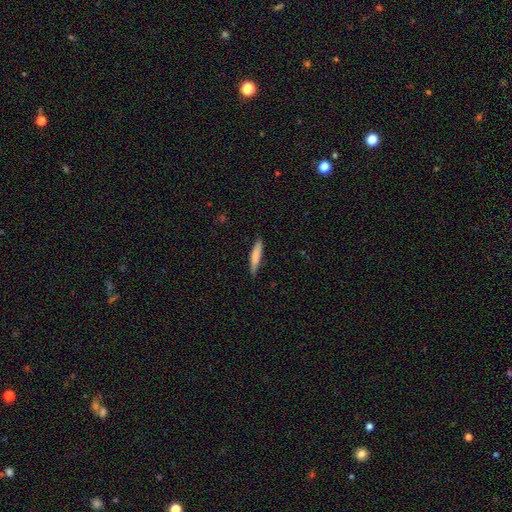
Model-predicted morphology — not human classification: smooth-or-featured: smooth: 75% | featured or disk: 19% | star or artifact: 6%
  how-rounded: cigar-shaped: 88% | in between: 11% | round: 1%
  merging: none: 84% | minor disturbance: 13% | major disturbance: 2% | merger: 1%